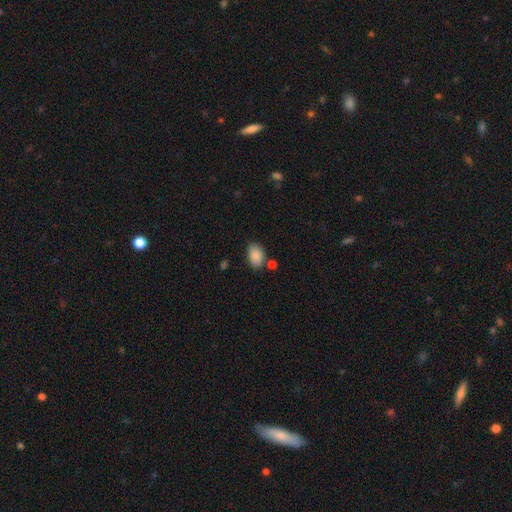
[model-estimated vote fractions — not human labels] Smooth or featured? smooth (88%)
How rounded? in between (87%)
Merging? none (72%)